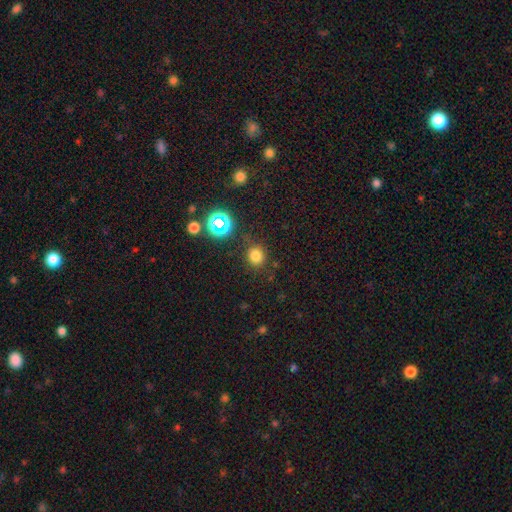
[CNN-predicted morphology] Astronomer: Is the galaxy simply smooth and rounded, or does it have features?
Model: smooth — 76%.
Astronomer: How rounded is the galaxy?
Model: round — 80%.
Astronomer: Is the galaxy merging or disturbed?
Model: none — 83%.